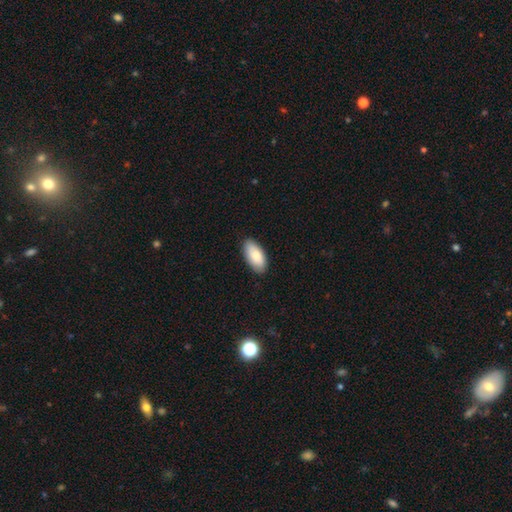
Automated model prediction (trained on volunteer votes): A smooth galaxy with no disk features (83%) that is in between round and cigar-shaped (93%). Merging: none (88%).